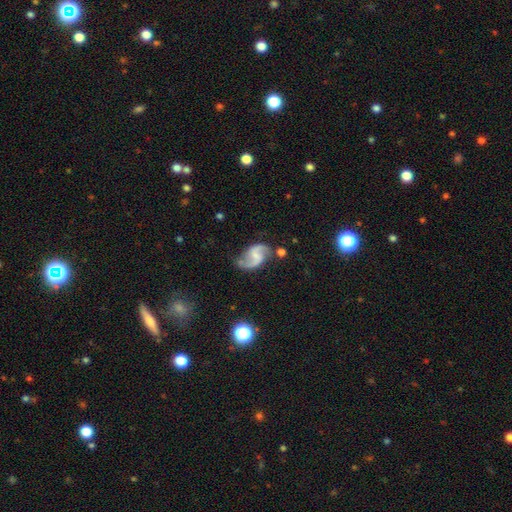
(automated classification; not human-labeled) Smooth or featured? Predicted: featured or disk (p=0.87). Edge-on disk? Predicted: no (p=0.98). Bar? Predicted: weak (p=0.48). Spiral arms? Predicted: yes (p=0.97). Spiral winding? Predicted: loose (p=0.60). Spiral arm count? Predicted: 2 (p=0.93). Bulge size? Predicted: small (p=0.42). Merging? Predicted: none (p=0.71).